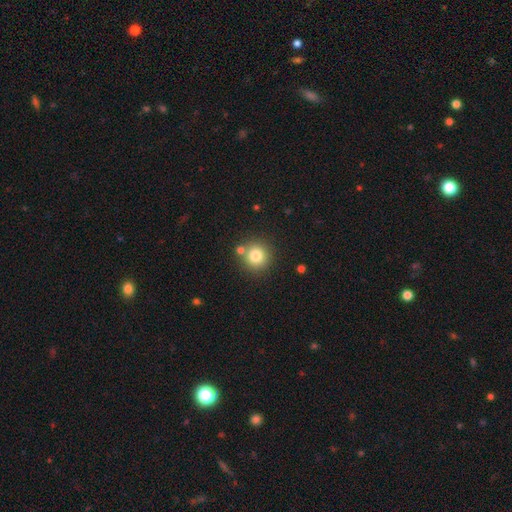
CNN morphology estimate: smooth_or_featured: smooth (p=0.80) [alt: star or artifact p=0.12]
how_rounded: round (p=0.93) [alt: in between p=0.06]
merging: none (p=0.80) [alt: merger p=0.10]